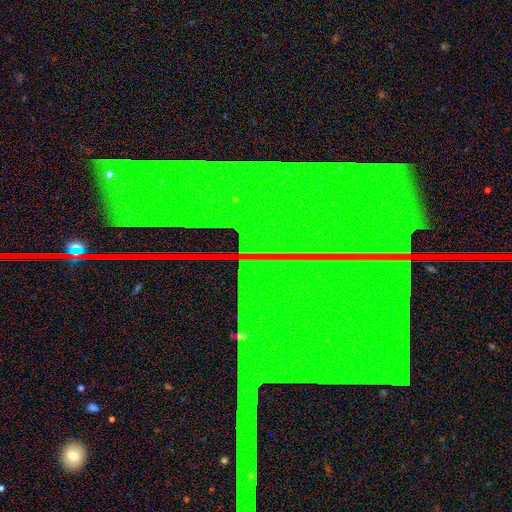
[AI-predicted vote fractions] A star or artifact, not a galaxy (85%).

Vote fractions:
- Smooth or featured? star or artifact: 85% / featured or disk: 9% / smooth: 6%